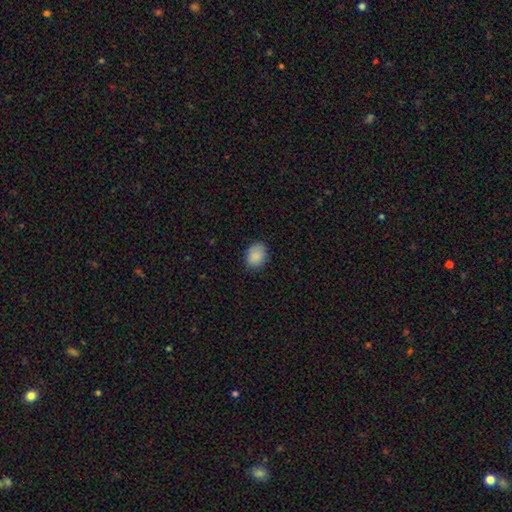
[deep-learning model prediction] Smooth or featured?
  - smooth: 88% *
  - star or artifact: 8%
  - featured or disk: 4%
How rounded?
  - in between: 61% *
  - round: 38%
  - cigar-shaped: 1%
Merging?
  - none: 84% *
  - minor disturbance: 13%
  - major disturbance: 3%
  - merger: 1%